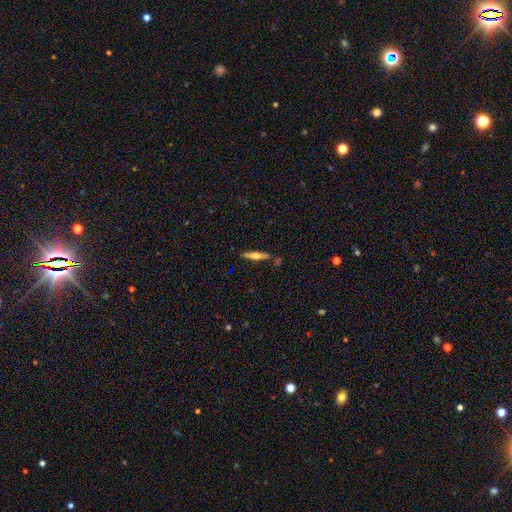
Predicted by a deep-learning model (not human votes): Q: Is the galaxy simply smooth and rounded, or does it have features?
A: featured or disk — 52%.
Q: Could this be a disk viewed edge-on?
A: yes — 95%.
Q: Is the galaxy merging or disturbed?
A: none — 82%.